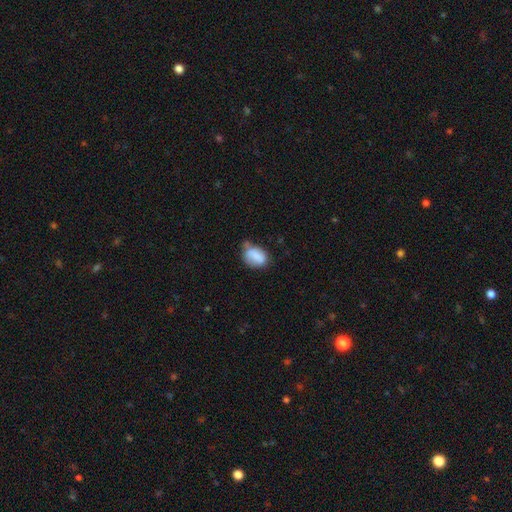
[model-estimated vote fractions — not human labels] Overall: smooth (79%). How rounded: in between (77%). Merging: minor disturbance (40%, tied with none).